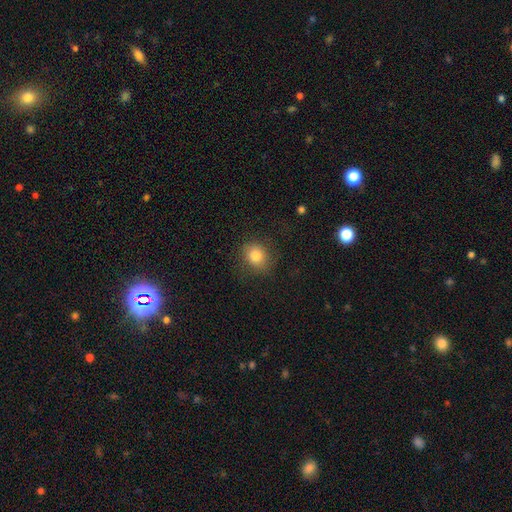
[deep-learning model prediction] smooth 83%, star or artifact 10%, featured or disk 7%. Down the decision tree: how rounded — round (71%); merging — none (80%).